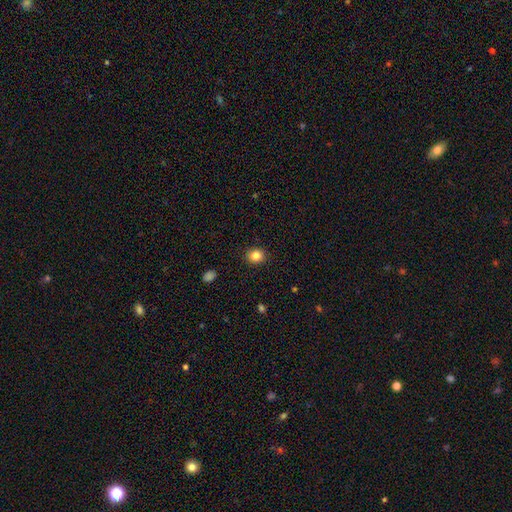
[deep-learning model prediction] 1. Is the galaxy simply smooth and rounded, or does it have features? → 84% smooth, 11% star or artifact, 6% featured or disk.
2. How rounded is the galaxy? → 70% round, 30% in between, 1% cigar-shaped.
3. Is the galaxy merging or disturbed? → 91% none, 6% minor disturbance, 2% major disturbance, 1% merger.